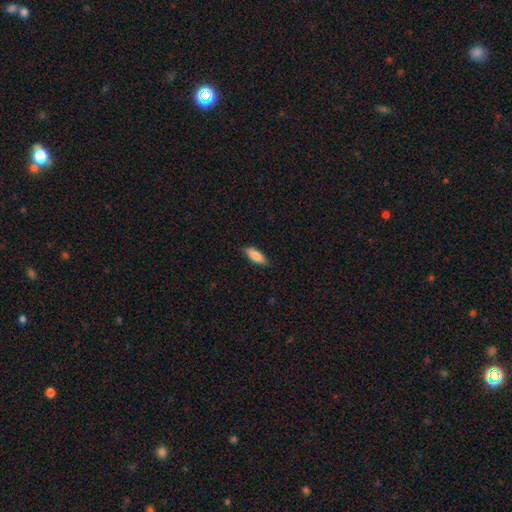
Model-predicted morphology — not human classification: smooth 82%, featured or disk 12%, star or artifact 6%. Down the decision tree: how rounded — in between (64%); merging — none (84%).